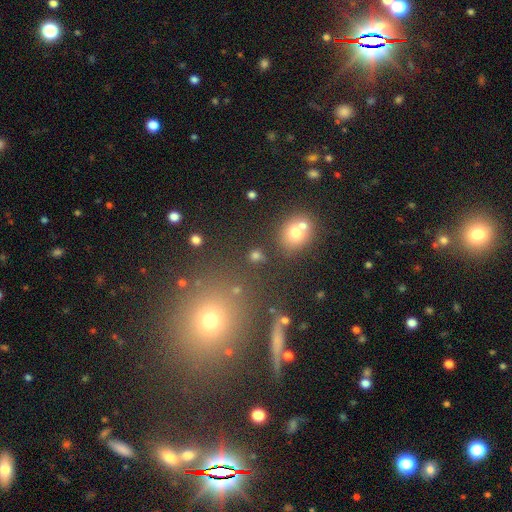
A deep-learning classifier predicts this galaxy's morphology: Smooth or featured? smooth (70%)
How rounded? round (68%)
Merging? none (68%)